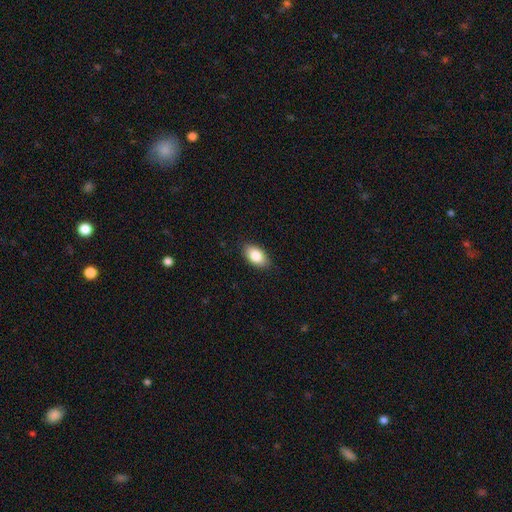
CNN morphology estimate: smooth 85%, featured or disk 8%, star or artifact 7%. Down the decision tree: how rounded — in between (93%); merging — none (87%).